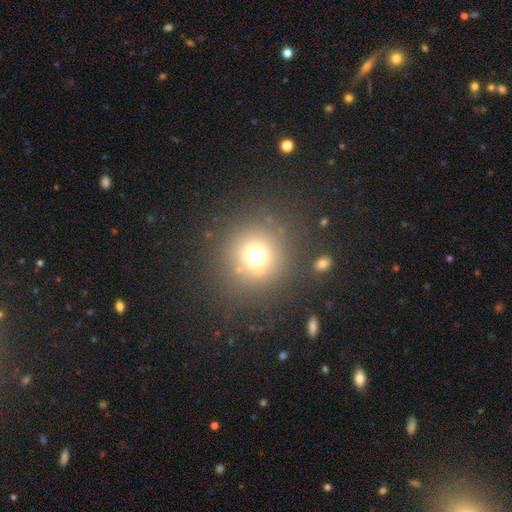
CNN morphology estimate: The model was most divided on "smooth or featured": smooth: 68%, star or artifact: 22%, featured or disk: 10%. More confident: how rounded — round (94%); merging — none (81%).